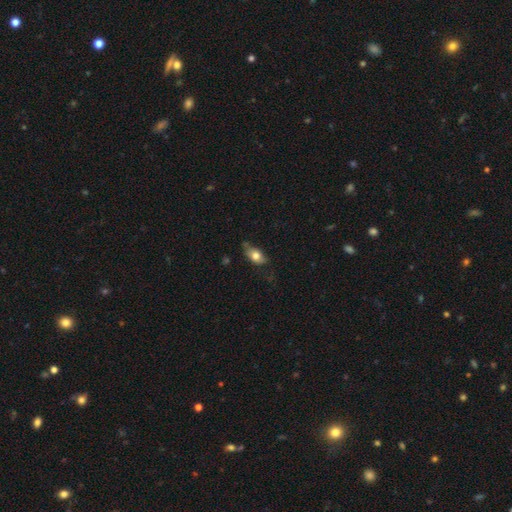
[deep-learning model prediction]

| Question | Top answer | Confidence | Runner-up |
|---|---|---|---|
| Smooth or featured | smooth | 74% | featured or disk (19%) |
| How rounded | in between | 82% | round (11%) |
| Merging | none | 52% | minor disturbance (35%) |